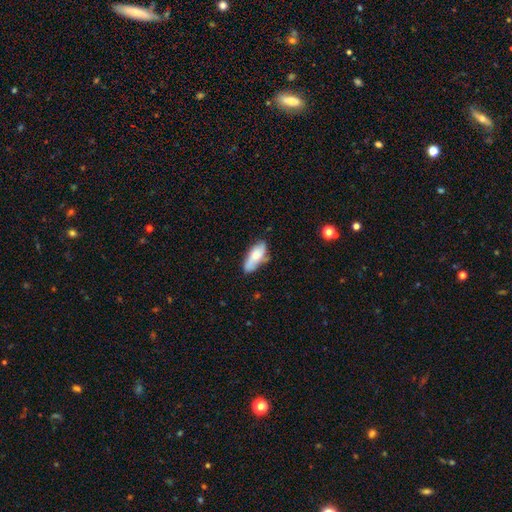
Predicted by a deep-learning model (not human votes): This appears to be a smooth galaxy with no disk features (61%) that is in between round and cigar-shaped (77%). Merging: none (56%).